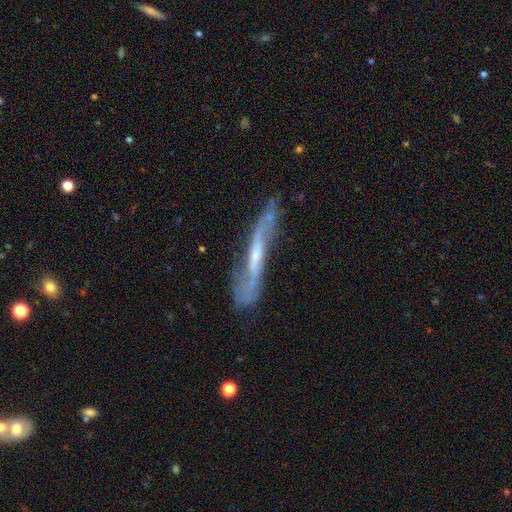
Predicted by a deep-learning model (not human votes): Morphology: type=featured or disk (72%); edge-on=yes (56%); merging=none (50%).